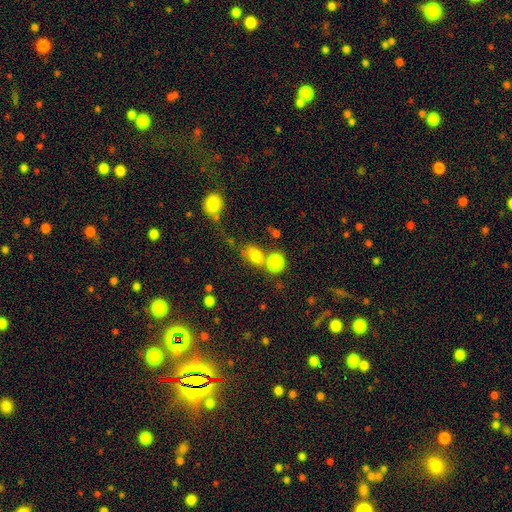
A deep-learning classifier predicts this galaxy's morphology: smooth-or-featured: smooth: 79% | star or artifact: 13% | featured or disk: 9%
  how-rounded: in between: 69% | round: 29% | cigar-shaped: 2%
  merging: none: 50% | merger: 30% | minor disturbance: 14% | major disturbance: 6%